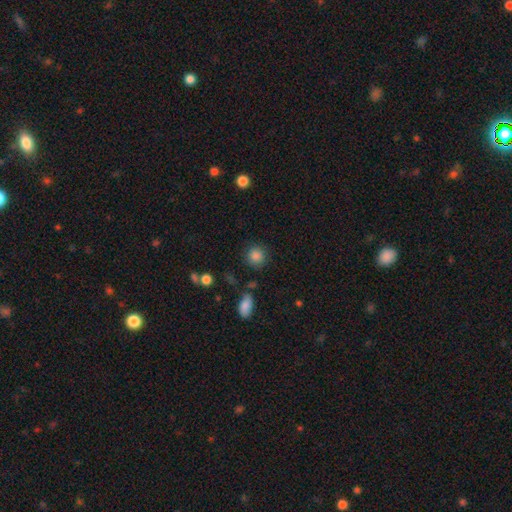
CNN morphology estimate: Q: Smooth or featured?
A: smooth (85%); runner-up: star or artifact (10%)
Q: How rounded?
A: round (89%); runner-up: in between (10%)
Q: Merging?
A: none (85%); runner-up: minor disturbance (9%)